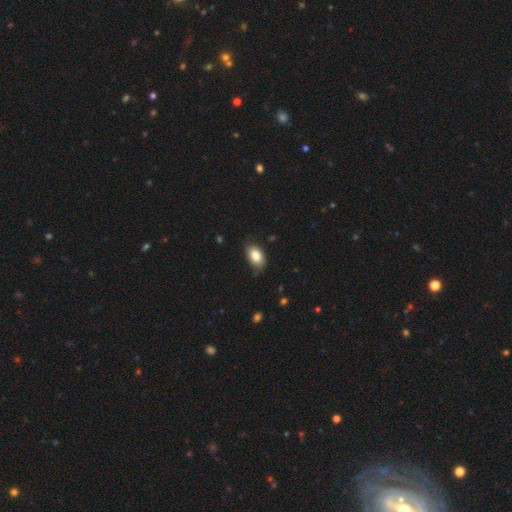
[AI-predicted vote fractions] Q: Smooth or featured?
A: smooth (84%); runner-up: featured or disk (9%)
Q: How rounded?
A: in between (88%); runner-up: round (10%)
Q: Merging?
A: none (73%); runner-up: minor disturbance (22%)